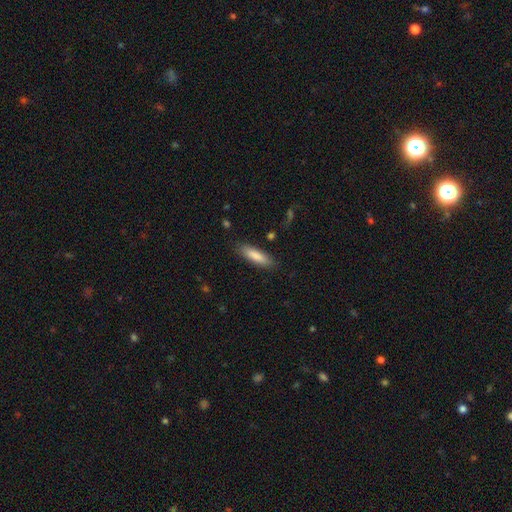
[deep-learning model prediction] Smooth or featured? Predicted: smooth (p=0.85). How rounded? Predicted: cigar-shaped (p=0.66). Merging? Predicted: none (p=0.87).